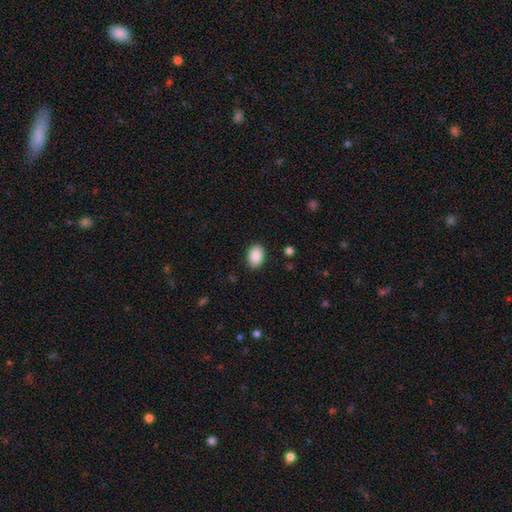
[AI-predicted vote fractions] This appears to be a smooth galaxy with no disk features (90%) that is in between round and cigar-shaped (84%). Merging: none (88%).